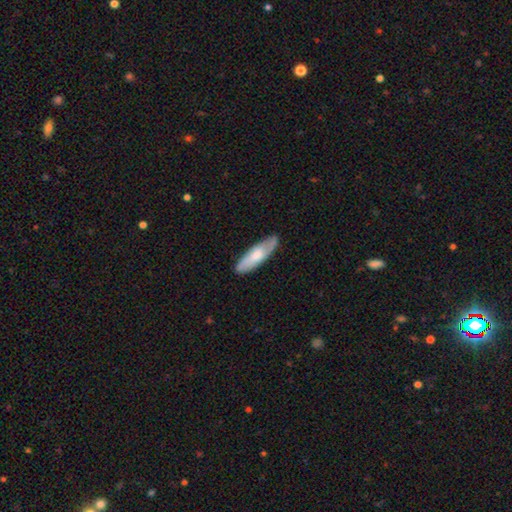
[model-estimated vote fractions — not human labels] Smooth or featured? Predicted: smooth (p=0.60). How rounded? Predicted: cigar-shaped (p=0.56). Merging? Predicted: none (p=0.84).